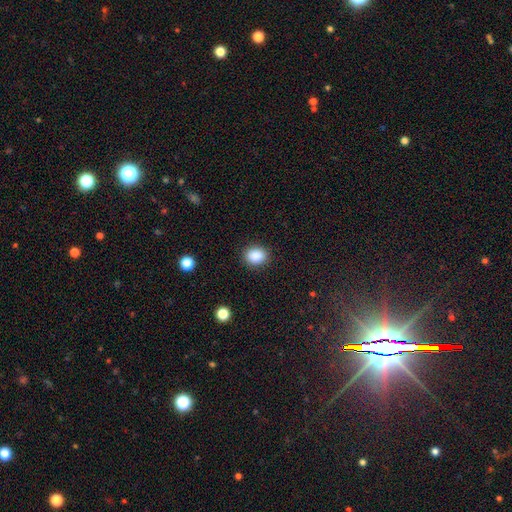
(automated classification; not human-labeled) This is clearly a smooth galaxy (88%). How rounded: possibly round (51%). Merging: clearly none (88%).